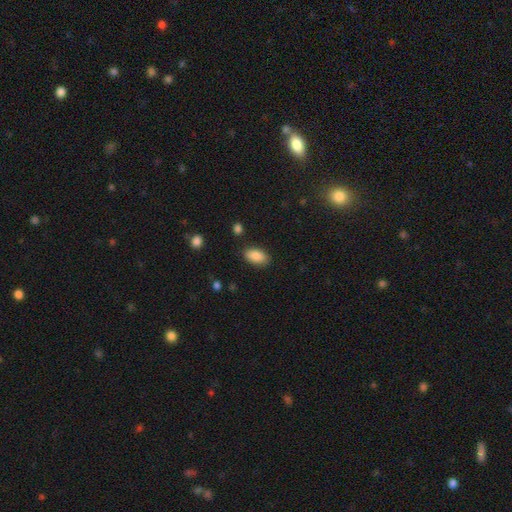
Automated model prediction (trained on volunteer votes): Smooth or featured: smooth — 87% (star or artifact — 7%)
How rounded: in between — 93% (round — 4%)
Merging: none — 85% (minor disturbance — 10%)